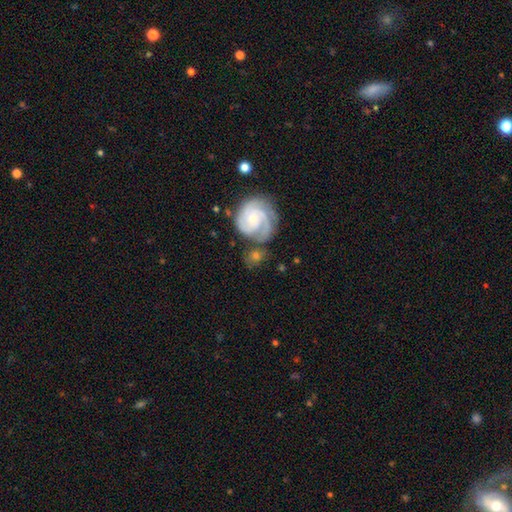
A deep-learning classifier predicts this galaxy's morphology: type=featured or disk (70%); edge-on=no (97%); bar=no (63%); spiral arms=yes (95%); winding=tight (56%); arm count=3 (38%); bulge=small (59%); merging=none (57%).